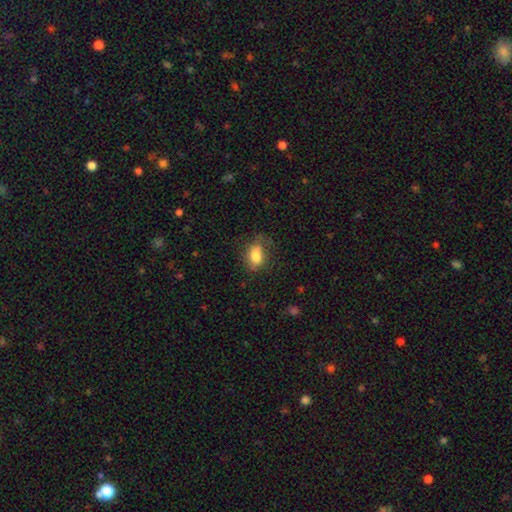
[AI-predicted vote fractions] Overall: smooth (76%). How rounded: in between (83%). Merging: none (60%; minor disturbance 26%).